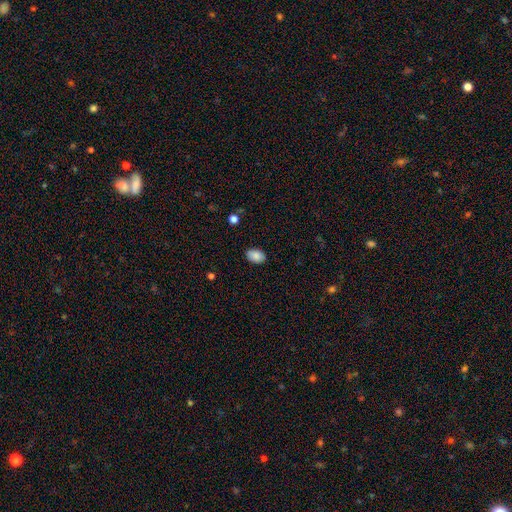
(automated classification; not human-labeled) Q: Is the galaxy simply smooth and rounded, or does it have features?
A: smooth — 88%.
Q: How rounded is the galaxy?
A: in between — 86%.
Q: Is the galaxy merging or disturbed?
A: none — 86%.